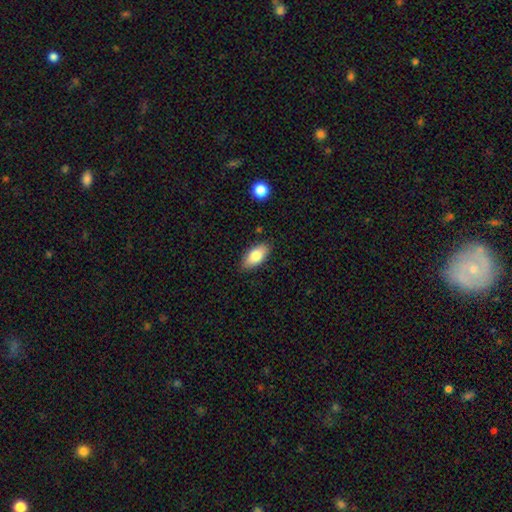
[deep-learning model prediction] Overall: smooth (82%). How rounded: in between (90%). Merging: none (85%).